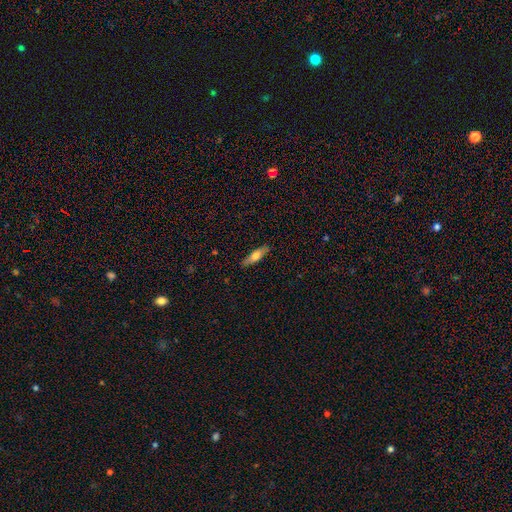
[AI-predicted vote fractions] A smooth galaxy with no disk features (62%) that is cigar-shaped (64%). Merging: none (87%).